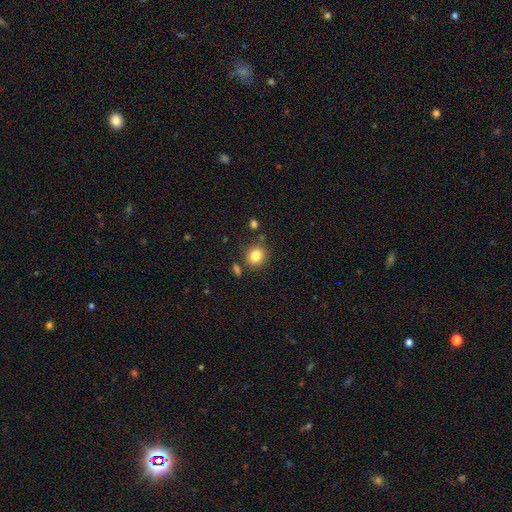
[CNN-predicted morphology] smooth-or-featured: smooth: 83% | star or artifact: 10% | featured or disk: 7%
  how-rounded: round: 79% | in between: 21% | cigar-shaped: 1%
  merging: none: 79% | minor disturbance: 11% | merger: 7% | major disturbance: 3%